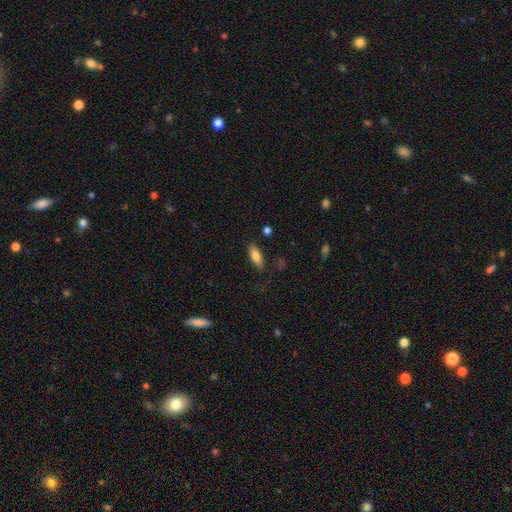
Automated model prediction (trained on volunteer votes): smooth_or_featured: smooth (p=0.79) [alt: featured or disk p=0.14]
how_rounded: in between (p=0.69) [alt: cigar-shaped p=0.29]
merging: none (p=0.79) [alt: minor disturbance p=0.15]